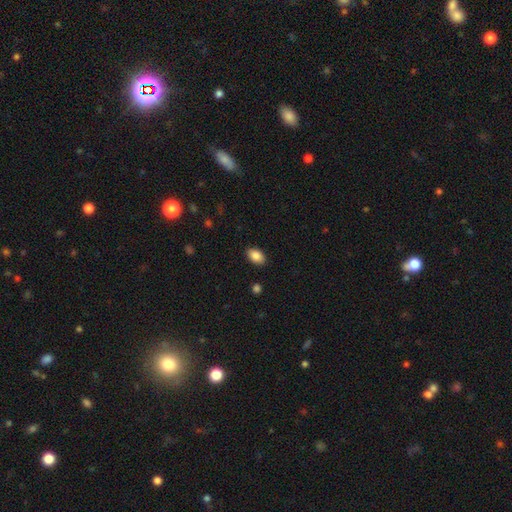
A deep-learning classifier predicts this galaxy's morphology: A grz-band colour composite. It shows a smooth galaxy with no disk features (87%) that is in between round and cigar-shaped (90%). Merging: none (88%).